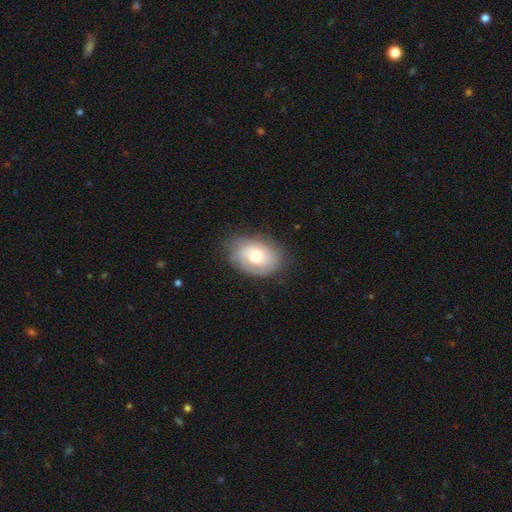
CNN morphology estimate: type=smooth (47%); merging=none (72%).